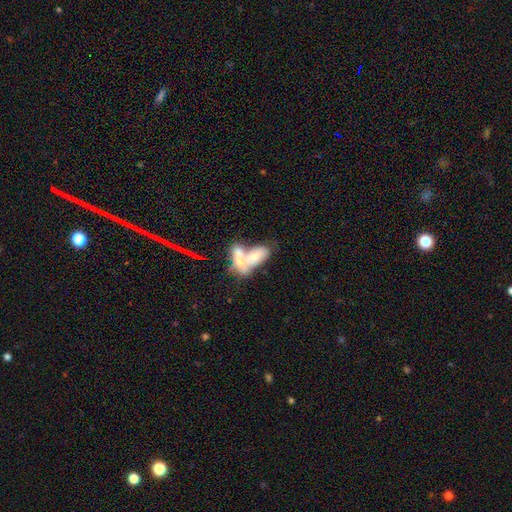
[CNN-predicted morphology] Smooth or featured: smooth — 66% (featured or disk — 27%)
How rounded: in between — 87% (cigar-shaped — 10%)
Merging: merger — 70% (none — 16%)